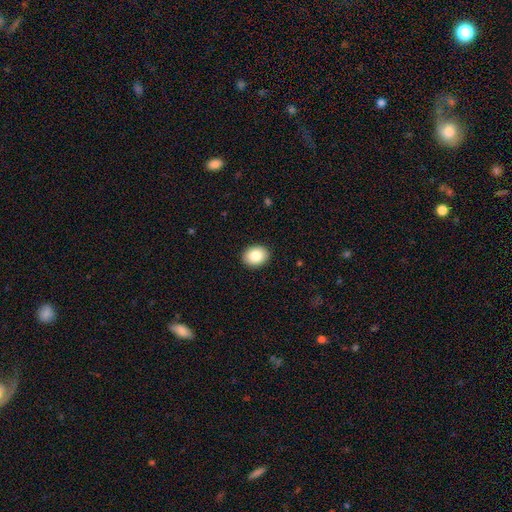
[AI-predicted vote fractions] This appears to be a smooth galaxy with no disk features (86%) that is in between round and cigar-shaped (60%). Merging: none (91%).